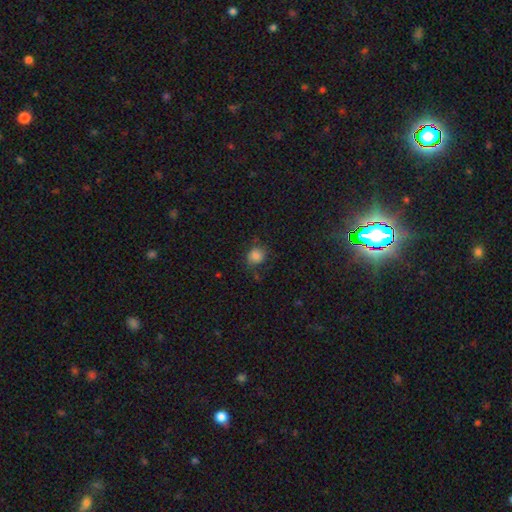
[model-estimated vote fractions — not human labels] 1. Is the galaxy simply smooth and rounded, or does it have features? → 82% smooth, 11% star or artifact, 7% featured or disk.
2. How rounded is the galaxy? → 75% round, 24% in between, 1% cigar-shaped.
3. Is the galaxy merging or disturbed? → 68% none, 22% minor disturbance, 8% major disturbance, 2% merger.